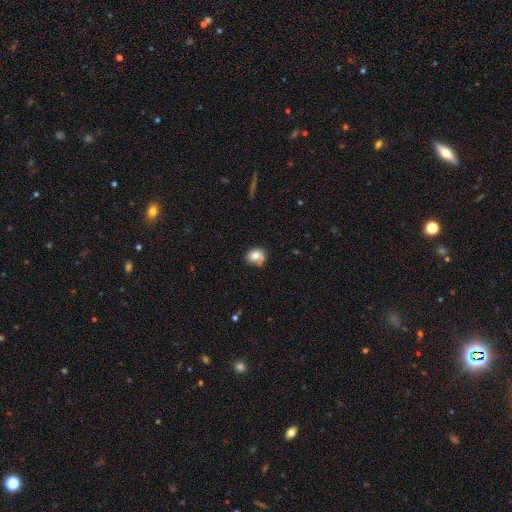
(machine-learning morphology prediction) A smooth galaxy with no disk features (78%) that is round (67%).

Vote fractions:
- Smooth or featured? smooth: 78% / featured or disk: 12% / star or artifact: 10%
- How rounded? round: 67% / in between: 32% / cigar-shaped: 1%
- Merging? none: 57% / minor disturbance: 23% / merger: 15% / major disturbance: 6%